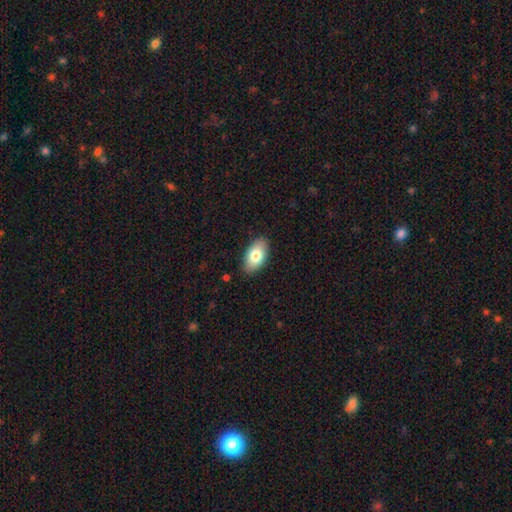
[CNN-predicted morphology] Smooth or featured?
  - smooth: 79% *
  - featured or disk: 15%
  - star or artifact: 7%
How rounded?
  - in between: 94% *
  - round: 4%
  - cigar-shaped: 2%
Merging?
  - none: 86% *
  - minor disturbance: 11%
  - major disturbance: 2%
  - merger: 1%